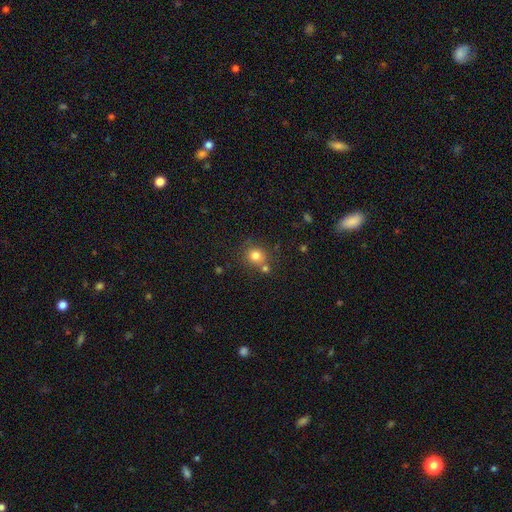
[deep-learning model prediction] Overall: smooth (79%). How rounded: round (87%). Merging: none (66%).